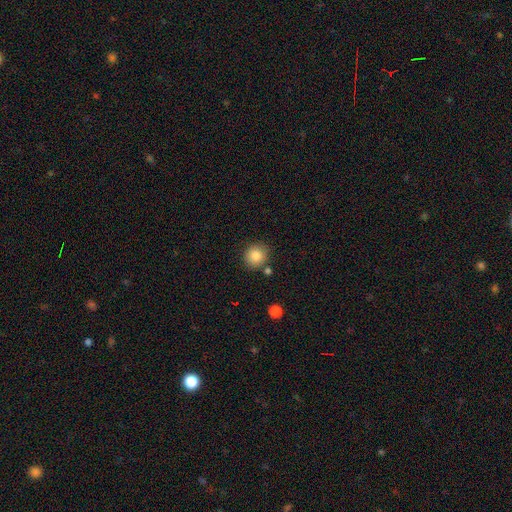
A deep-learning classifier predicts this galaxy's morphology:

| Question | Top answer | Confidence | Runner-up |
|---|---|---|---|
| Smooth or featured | smooth | 85% | star or artifact (9%) |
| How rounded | round | 87% | in between (12%) |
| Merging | none | 82% | minor disturbance (9%) |